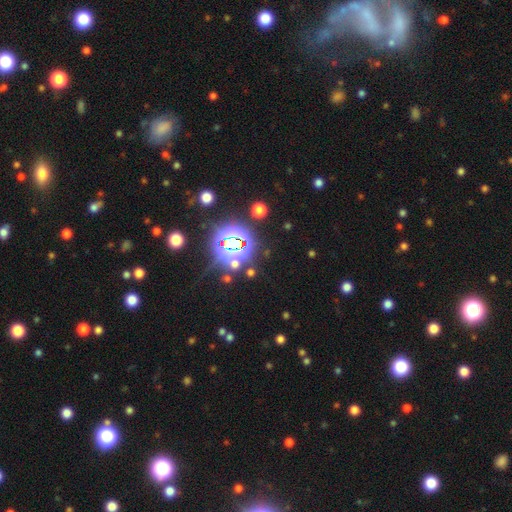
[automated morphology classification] This appears to be a star or artifact, not a galaxy (71%).